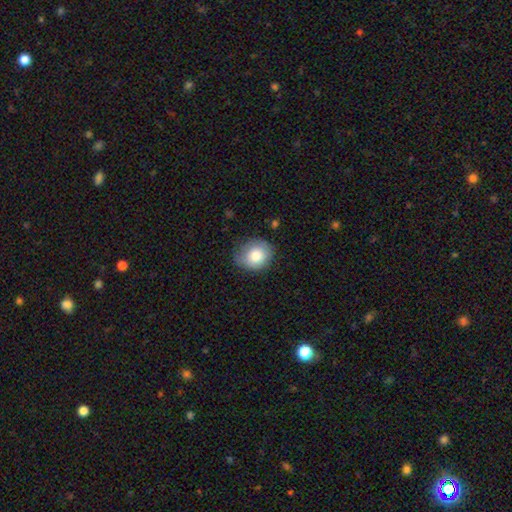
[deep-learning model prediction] A smooth galaxy with no disk features (80%) that is round (67%).

Vote fractions:
- Smooth or featured? smooth: 80% / featured or disk: 12% / star or artifact: 8%
- How rounded? round: 67% / in between: 32% / cigar-shaped: 1%
- Merging? none: 70% / minor disturbance: 24% / major disturbance: 5% / merger: 1%